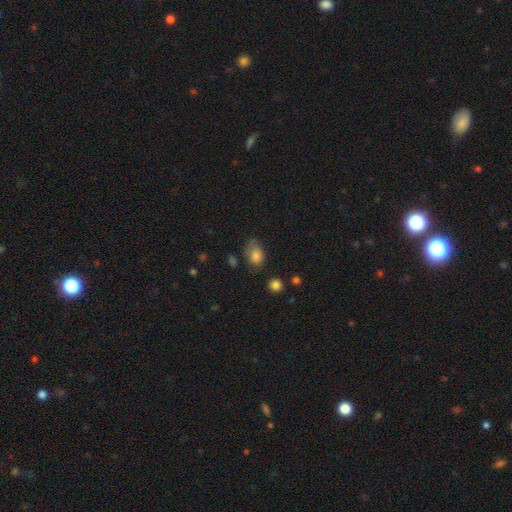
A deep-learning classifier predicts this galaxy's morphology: A smooth galaxy with no disk features (79%) that is in between round and cigar-shaped (77%). Merging: none (44%).